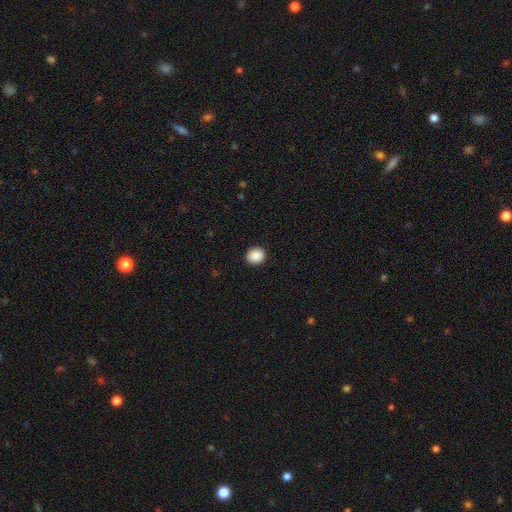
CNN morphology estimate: A smooth galaxy with no disk features (89%) that is round (75%). Merging: none (91%).